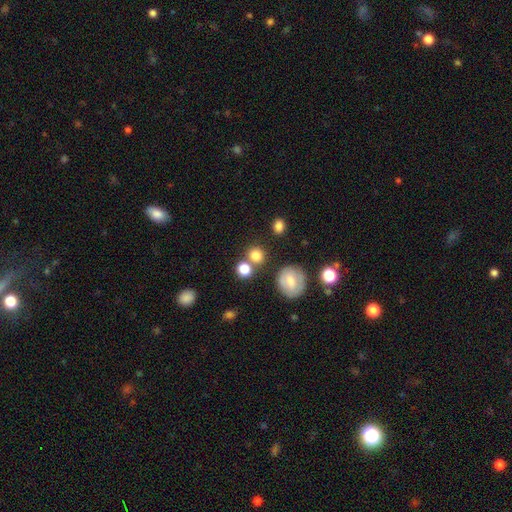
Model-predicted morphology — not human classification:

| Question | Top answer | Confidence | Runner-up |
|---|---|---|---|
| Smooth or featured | smooth | 79% | star or artifact (13%) |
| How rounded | round | 84% | in between (15%) |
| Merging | none | 66% | merger (20%) |